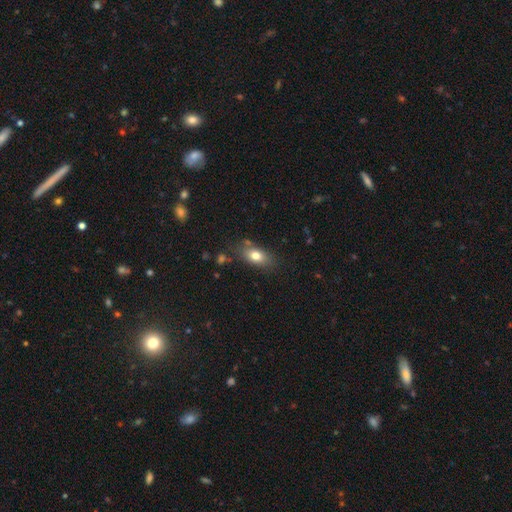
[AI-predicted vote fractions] Smooth or featured: smooth — 76% (featured or disk — 15%)
How rounded: in between — 83% (round — 11%)
Merging: none — 74% (minor disturbance — 16%)